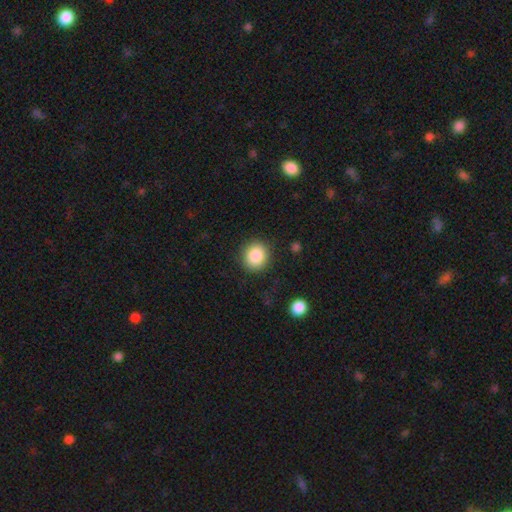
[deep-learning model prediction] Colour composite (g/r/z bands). It shows a smooth galaxy with no disk features (86%) that is round (84%). Merging: none (87%).